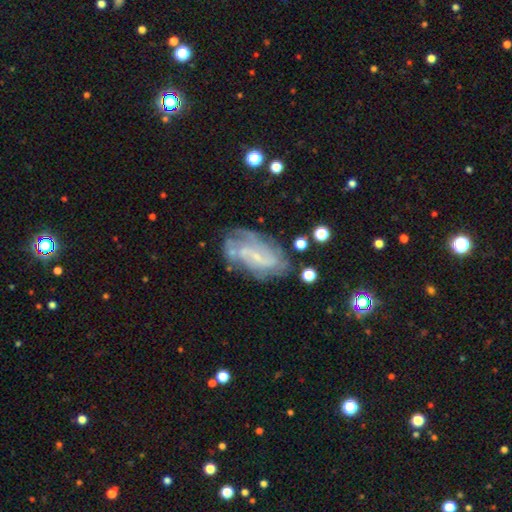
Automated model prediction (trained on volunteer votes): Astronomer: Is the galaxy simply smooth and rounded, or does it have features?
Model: featured or disk — 72%.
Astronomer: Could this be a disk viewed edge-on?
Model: no — 94%.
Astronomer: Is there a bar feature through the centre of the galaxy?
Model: no — 43% (runner-up: weak, 40%).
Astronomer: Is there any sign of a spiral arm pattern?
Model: yes — 80%.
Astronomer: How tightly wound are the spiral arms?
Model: tight — 48% (runner-up: medium, 35%).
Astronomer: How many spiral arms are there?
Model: can't tell — 47%.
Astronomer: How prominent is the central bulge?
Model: small — 65%.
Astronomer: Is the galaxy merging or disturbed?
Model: none — 61%.